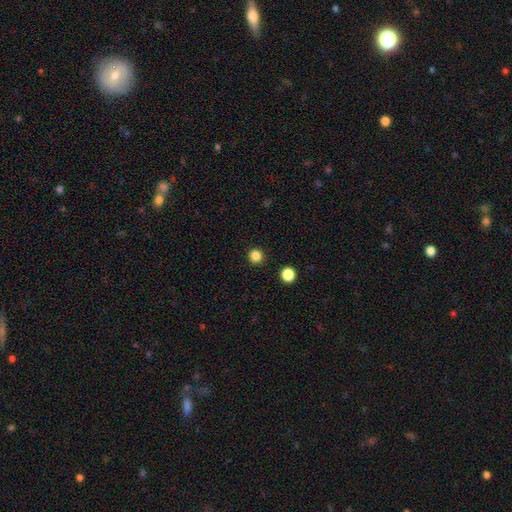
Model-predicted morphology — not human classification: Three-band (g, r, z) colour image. It shows a smooth galaxy with no disk features (84%) that is round (94%). Merging: none (92%).